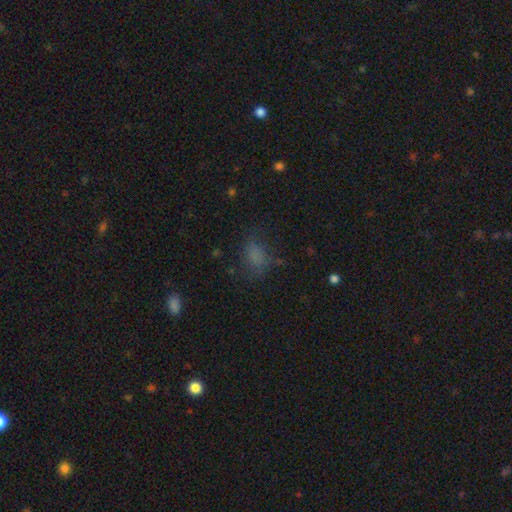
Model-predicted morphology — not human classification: Smooth or featured: smooth — 72% (star or artifact — 17%)
How rounded: in between — 75% (round — 22%)
Merging: none — 57% (minor disturbance — 23%)